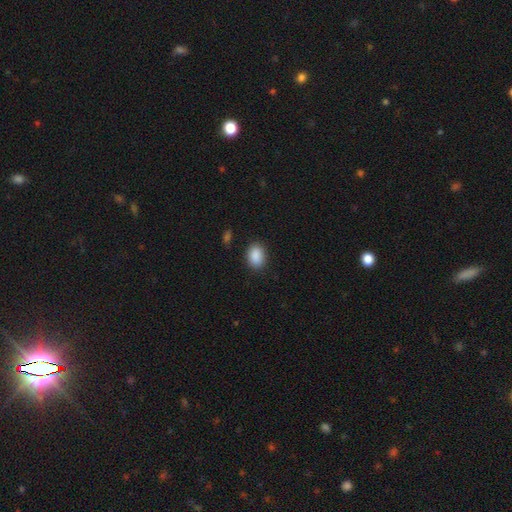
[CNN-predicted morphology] smooth_or_featured: smooth (p=0.90) [alt: star or artifact p=0.07]
how_rounded: in between (p=0.80) [alt: round p=0.18]
merging: none (p=0.87) [alt: minor disturbance p=0.10]